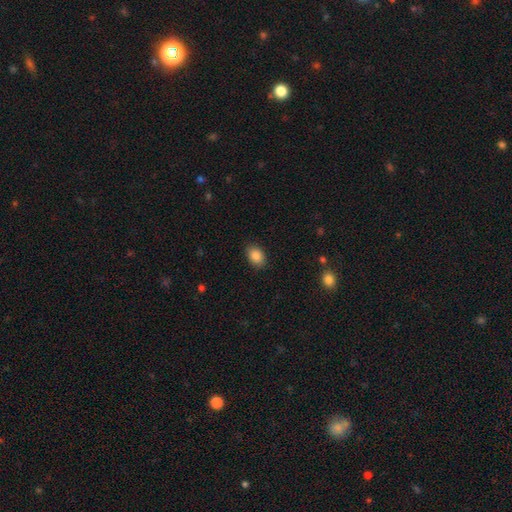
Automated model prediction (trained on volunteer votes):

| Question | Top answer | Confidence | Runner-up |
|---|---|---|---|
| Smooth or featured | smooth | 88% | star or artifact (8%) |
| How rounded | in between | 77% | round (22%) |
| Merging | none | 87% | minor disturbance (10%) |